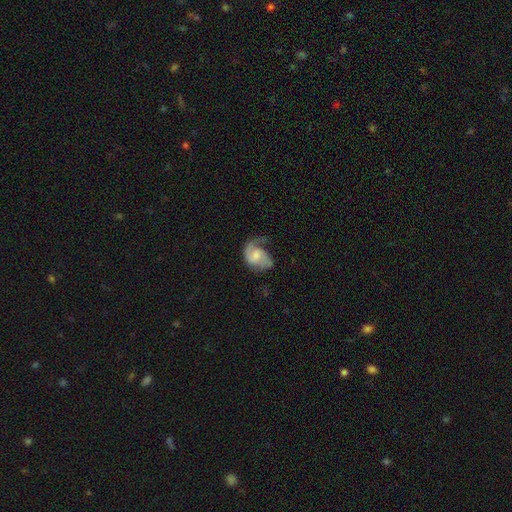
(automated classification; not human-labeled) Smooth or featured? featured or disk (69%)
Edge-on disk? no (98%)
Bar? no (51%)
Spiral arms? yes (91%)
Spiral winding? medium (42%)
Spiral arm count? 2 (53%)
Bulge size? moderate (34%, tied with small)
Merging? none (38%)